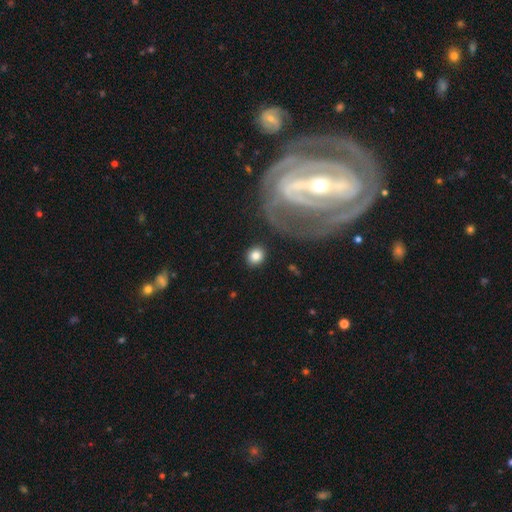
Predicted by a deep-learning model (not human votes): Smooth or featured? Predicted: smooth (p=0.81). How rounded? Predicted: round (p=0.81). Merging? Predicted: none (p=0.87).